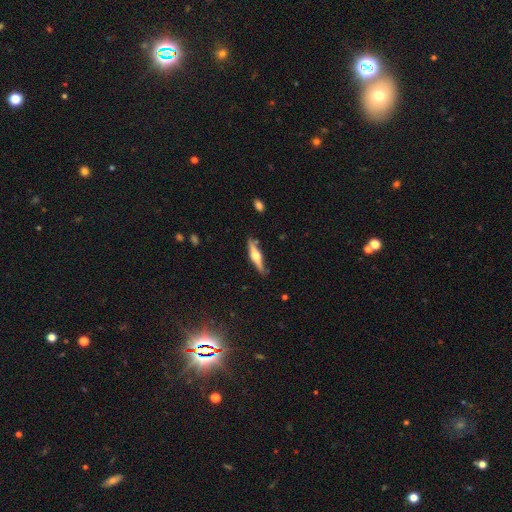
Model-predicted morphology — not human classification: Smooth or featured? Predicted: featured or disk (p=0.65). Edge-on disk? Predicted: yes (p=0.96). Edge-on bulge? Predicted: rounded (p=0.93). Merging? Predicted: none (p=0.85).